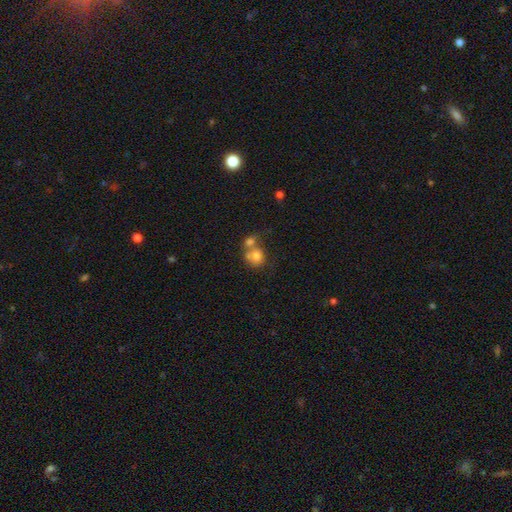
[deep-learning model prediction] A smooth galaxy with no disk features (75%) that is round (73%).

Vote fractions:
- Smooth or featured? smooth: 75% / featured or disk: 16% / star or artifact: 10%
- How rounded? round: 73% / in between: 26% / cigar-shaped: 1%
- Merging? merger: 54% / none: 31% / minor disturbance: 10% / major disturbance: 5%